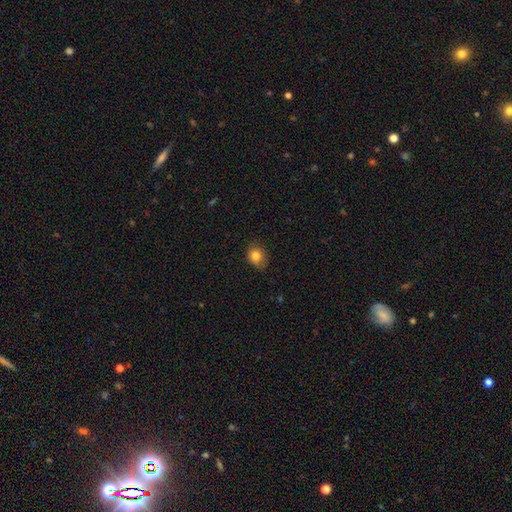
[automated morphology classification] Smooth or featured? smooth (82%)
How rounded? round (61%)
Merging? none (74%)